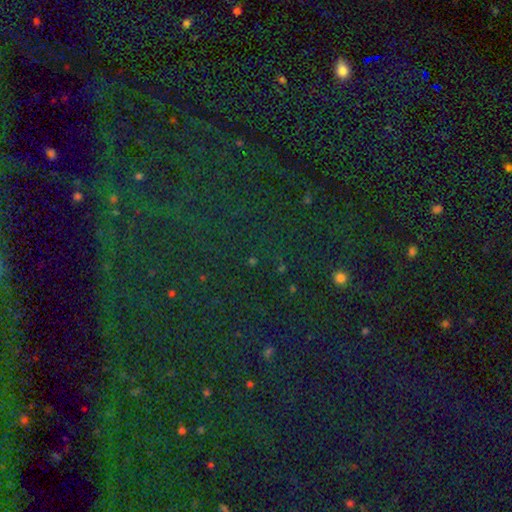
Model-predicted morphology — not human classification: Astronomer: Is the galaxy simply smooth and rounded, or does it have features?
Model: star or artifact — 83%.